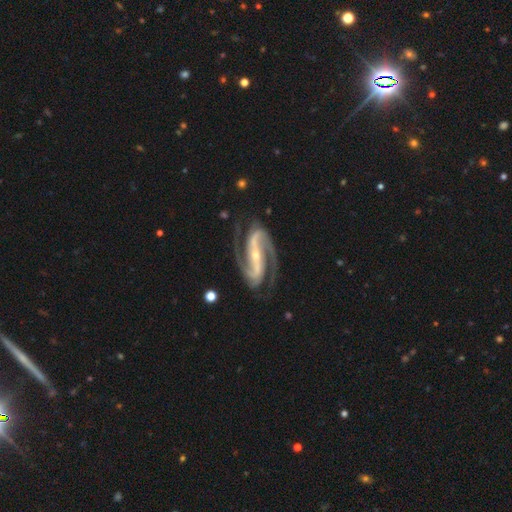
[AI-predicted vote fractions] Overall: featured or disk (94%). Edge-on disk: no (96%). Bar: strong (70%). Spiral arms: yes (99%). Spiral arm count: 2 (92%). Spiral winding: medium (56%; tight 30%). Bulge size: small (68%). Merging: none (79%).